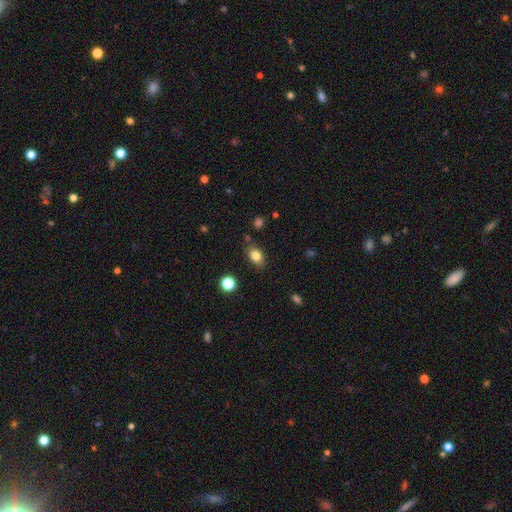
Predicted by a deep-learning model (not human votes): Morphology: type=smooth (82%); roundness=in between (75%); merging=none (81%).